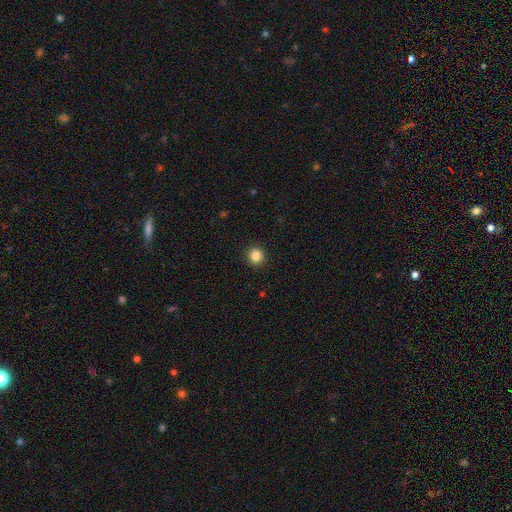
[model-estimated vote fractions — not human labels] smooth_or_featured: smooth (p=0.85) [alt: star or artifact p=0.11]
how_rounded: round (p=0.92) [alt: in between p=0.07]
merging: none (p=0.92) [alt: minor disturbance p=0.05]